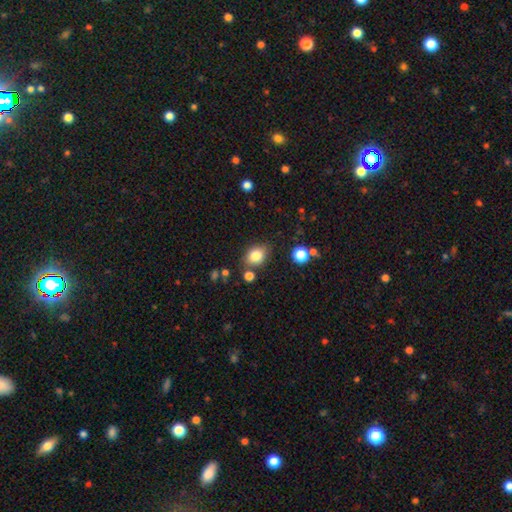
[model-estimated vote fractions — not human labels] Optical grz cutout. It shows a smooth galaxy with no disk features (83%) that is in between round and cigar-shaped (60%). Merging: none (76%).